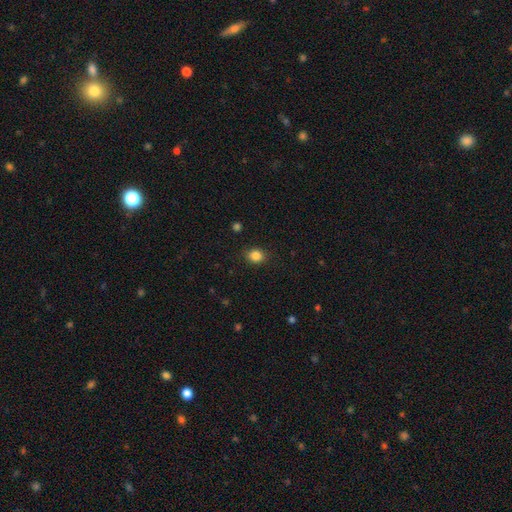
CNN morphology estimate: A smooth galaxy with no disk features (85%) that is round (60%).

Vote fractions:
- Smooth or featured? smooth: 85% / star or artifact: 11% / featured or disk: 5%
- How rounded? round: 60% / in between: 39% / cigar-shaped: 1%
- Merging? none: 87% / minor disturbance: 10% / major disturbance: 2% / merger: 1%